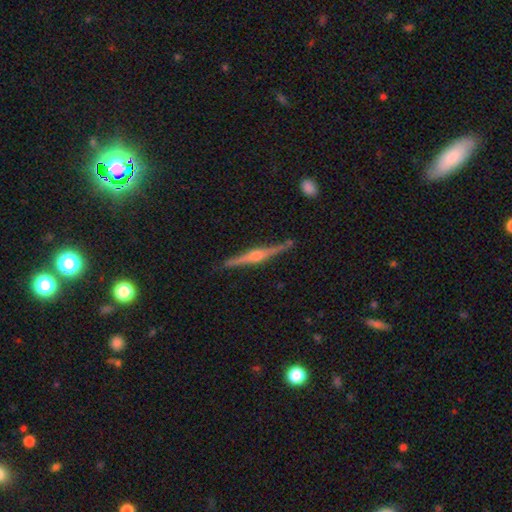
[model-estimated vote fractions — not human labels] This is clearly a featured or disk galaxy (85%). It is clearly viewed edge-on (98%). Edge-on bulge: clearly rounded (92%). Merging: clearly none (89%).